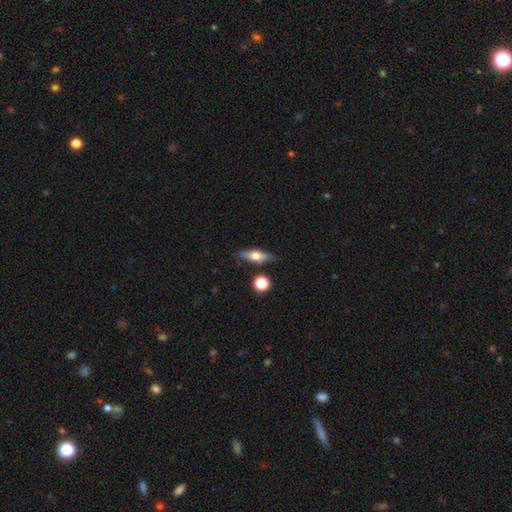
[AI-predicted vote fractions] Smooth or featured?
  - smooth: 53% *
  - featured or disk: 40%
  - star or artifact: 7%
How rounded?
  - in between: 51% *
  - cigar-shaped: 42%
  - round: 6%
Merging?
  - none: 77% *
  - minor disturbance: 14%
  - merger: 6%
  - major disturbance: 3%